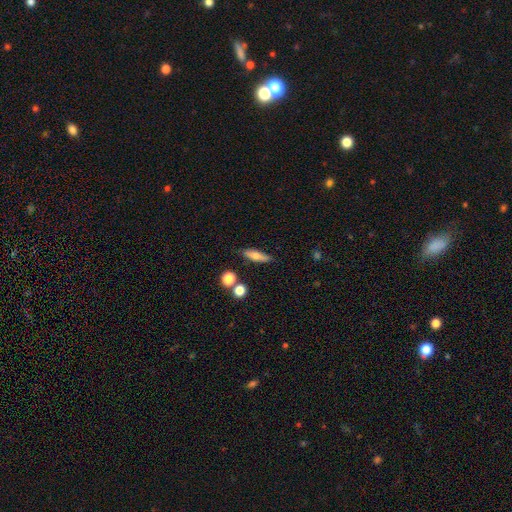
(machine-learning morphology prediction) smooth_or_featured: smooth (p=0.65) [alt: featured or disk p=0.27]
how_rounded: cigar-shaped (p=0.53) [alt: in between p=0.42]
merging: none (p=0.79) [alt: minor disturbance p=0.13]